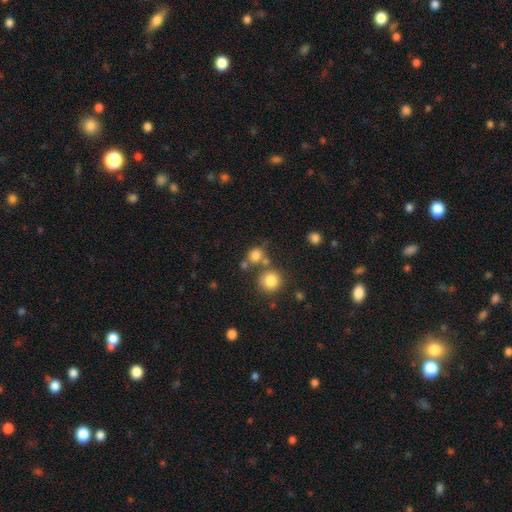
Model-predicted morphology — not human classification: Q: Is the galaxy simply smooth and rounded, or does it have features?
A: smooth — 79%.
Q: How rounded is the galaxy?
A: round — 77%.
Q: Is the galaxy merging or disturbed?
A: none — 54%.